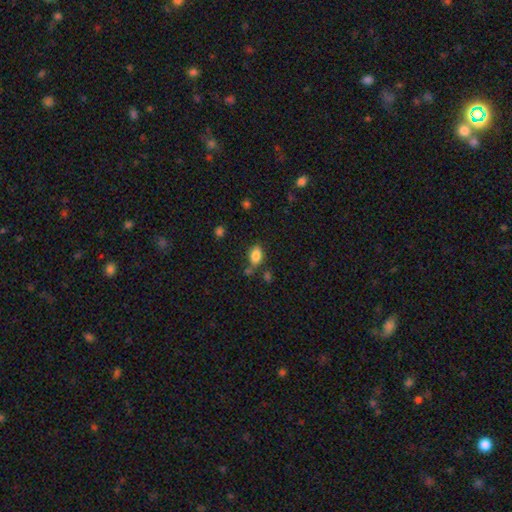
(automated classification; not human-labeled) Overall: smooth (84%). How rounded: in between (86%). Merging: none (65%).